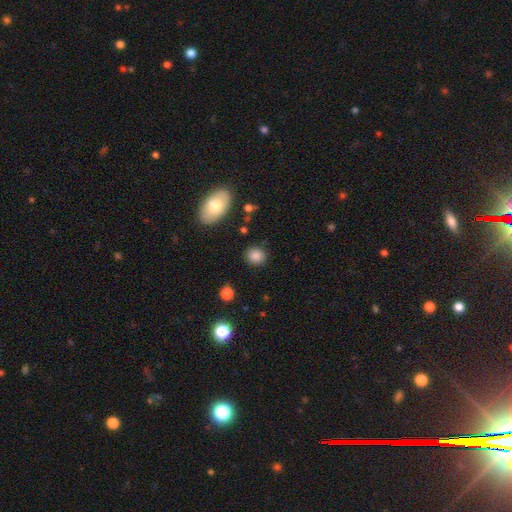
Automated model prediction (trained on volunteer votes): This appears to be a smooth galaxy with no disk features (86%) that is round (79%). Merging: none (87%).